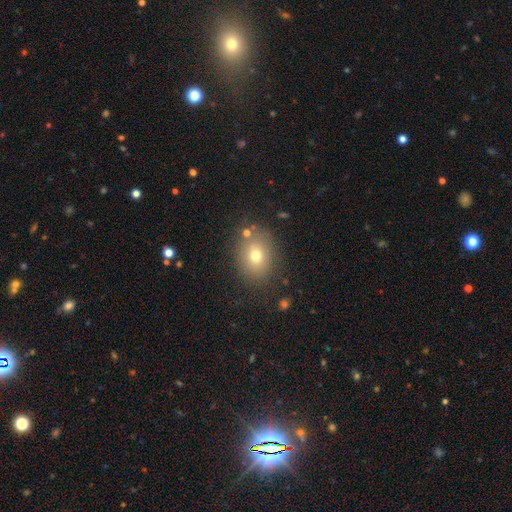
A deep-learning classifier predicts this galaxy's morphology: smooth-or-featured: smooth: 72% | featured or disk: 14% | star or artifact: 13%
  how-rounded: in between: 55% | round: 44% | cigar-shaped: 1%
  merging: none: 80% | minor disturbance: 11% | merger: 4% | major disturbance: 4%